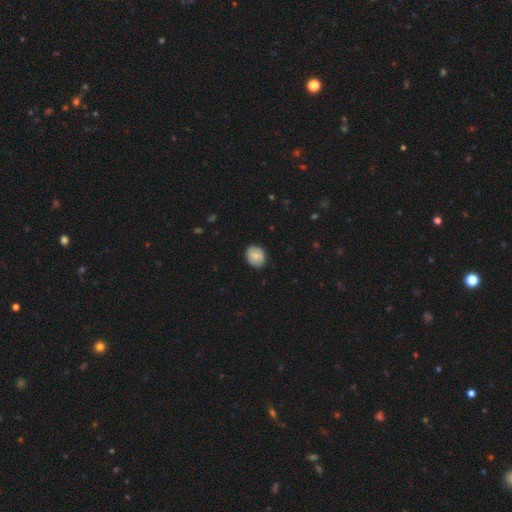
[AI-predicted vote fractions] This appears to be a smooth galaxy with no disk features (75%) that is round (55%). Merging: none (84%).